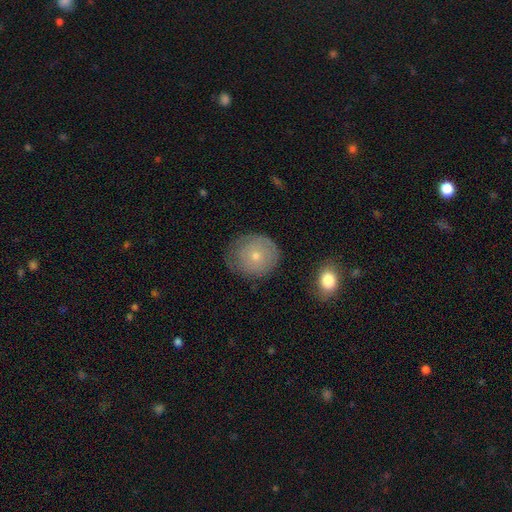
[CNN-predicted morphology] type=smooth (61%); roundness=round (80%); merging=none (69%).